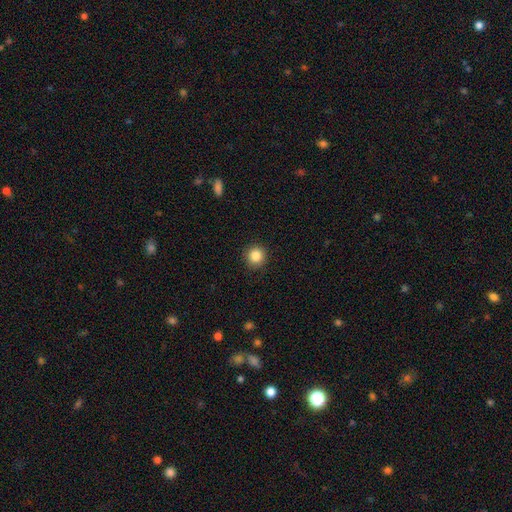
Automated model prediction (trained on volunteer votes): Smooth or featured? Predicted: smooth (p=0.85). How rounded? Predicted: round (p=0.93). Merging? Predicted: none (p=0.91).